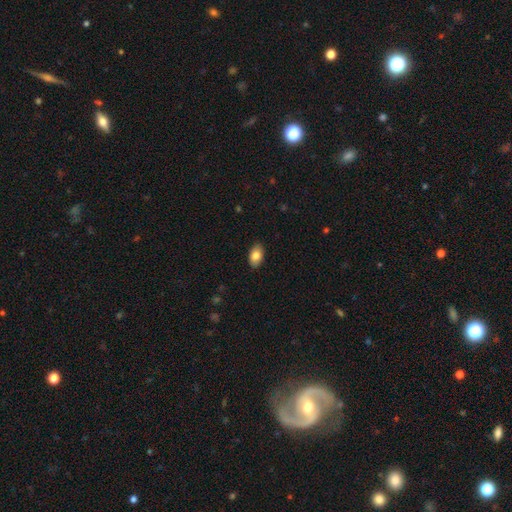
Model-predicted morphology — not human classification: Overall: smooth (82%). How rounded: in between (92%). Merging: none (88%).